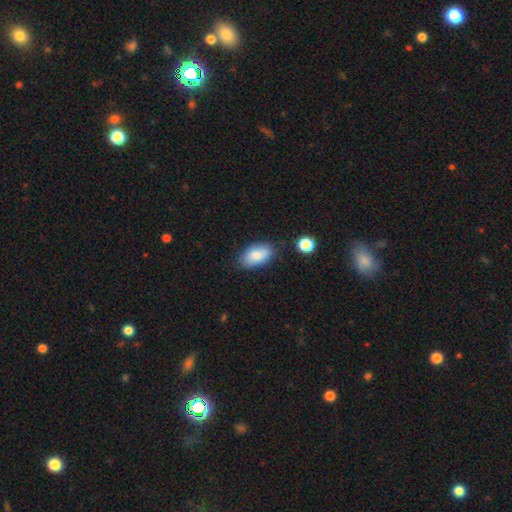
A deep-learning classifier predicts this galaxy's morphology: Smooth or featured? Predicted: smooth (p=0.82). How rounded? Predicted: in between (p=0.93). Merging? Predicted: none (p=0.78).